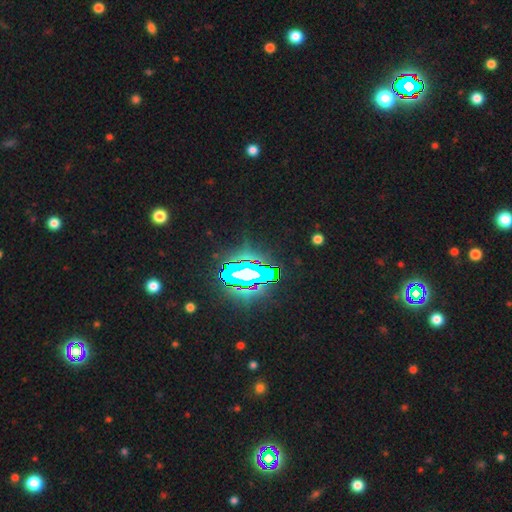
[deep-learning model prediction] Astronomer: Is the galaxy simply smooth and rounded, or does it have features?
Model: star or artifact — 82%.